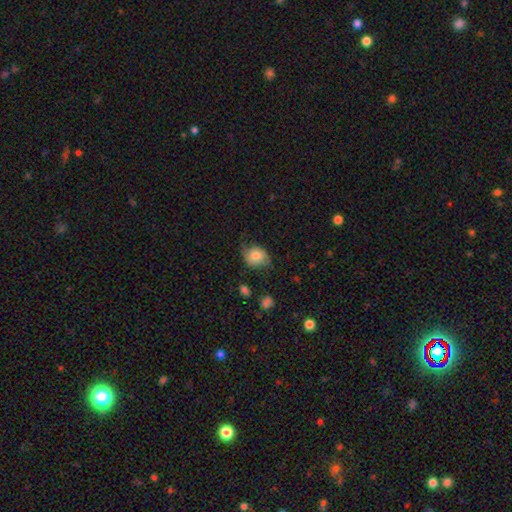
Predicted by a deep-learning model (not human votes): This appears to be a smooth galaxy with no disk features (62%) that is round (57%). Merging: none (53%).